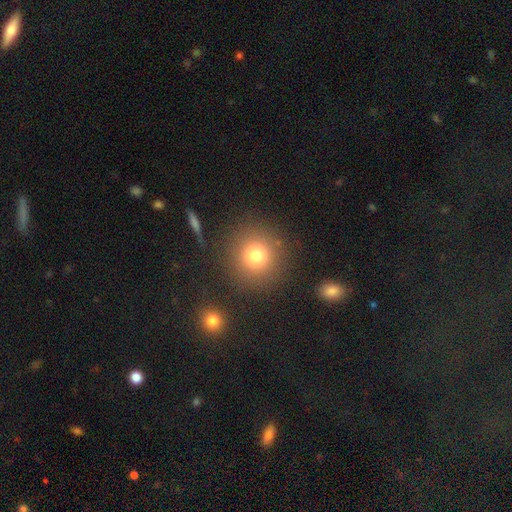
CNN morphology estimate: Smooth or featured: smooth — 75% (star or artifact — 15%)
How rounded: round — 93% (in between — 6%)
Merging: none — 85% (minor disturbance — 7%)